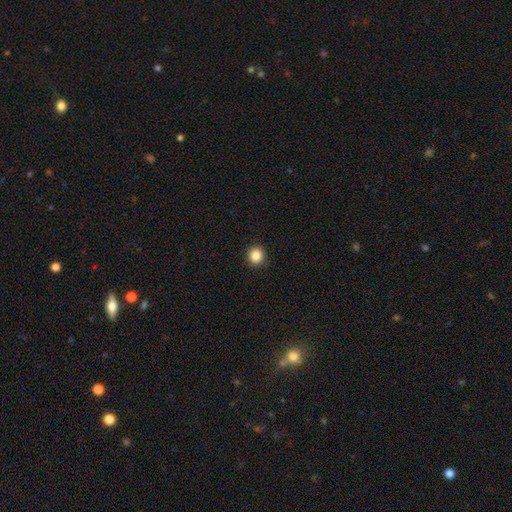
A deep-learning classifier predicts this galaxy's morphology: Smooth or featured: smooth — 86% (star or artifact — 10%)
How rounded: round — 90% (in between — 9%)
Merging: none — 92% (minor disturbance — 5%)